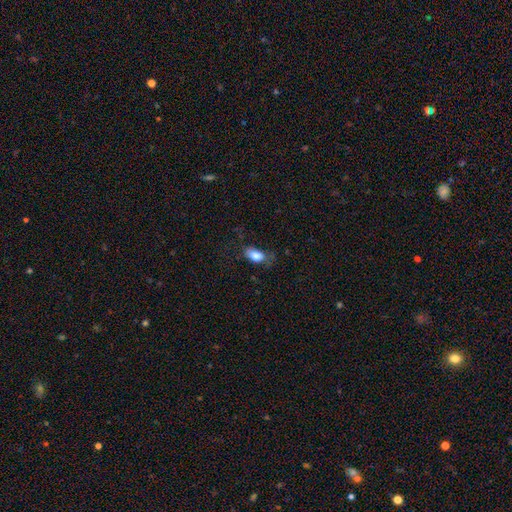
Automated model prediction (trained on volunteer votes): A smooth galaxy with no disk features (83%) that is in between round and cigar-shaped (89%).

Vote fractions:
- Smooth or featured? smooth: 83% / featured or disk: 9% / star or artifact: 8%
- How rounded? in between: 89% / cigar-shaped: 6% / round: 5%
- Merging? none: 59% / minor disturbance: 27% / major disturbance: 13% / merger: 2%